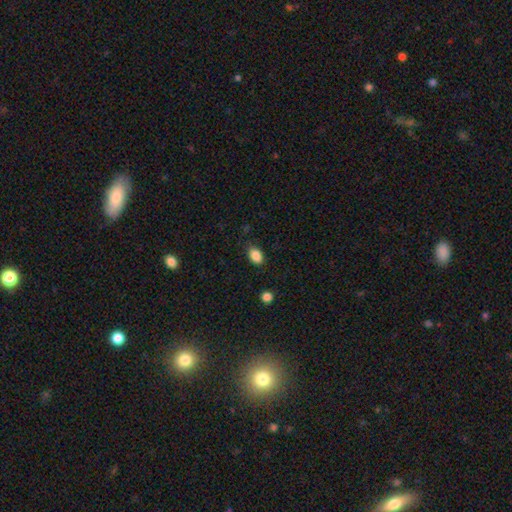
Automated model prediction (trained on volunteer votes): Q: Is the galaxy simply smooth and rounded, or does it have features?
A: smooth — 88%.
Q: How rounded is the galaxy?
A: in between — 85%.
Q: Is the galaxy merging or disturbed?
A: none — 83%.